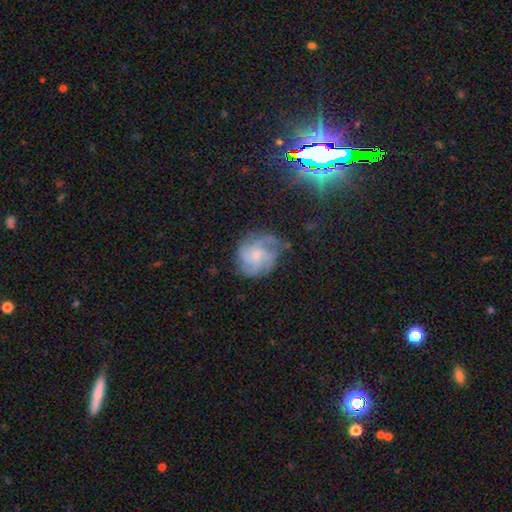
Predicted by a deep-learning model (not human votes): This is likely a featured or disk galaxy (75%). It is clearly not viewed edge-on (98%). Bar: likely no (73%). Spiral arm pattern: clearly yes (94%). Spiral arm count: marginally 4 (33%). Spiral winding: marginally medium (44%). Central bulge: likely small (63%). Merging: likely none (66%).